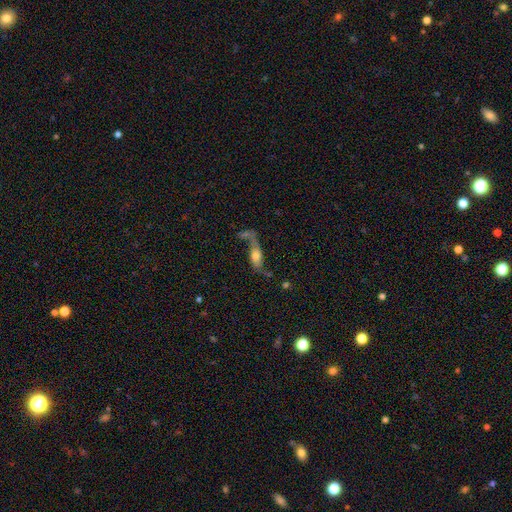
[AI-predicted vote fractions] This appears to be a smooth galaxy with no disk features (46%). Merging: merger (32%).